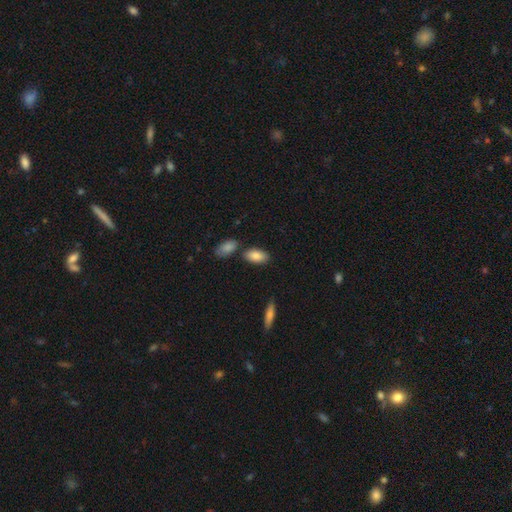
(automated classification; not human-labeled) Q: Smooth or featured?
A: smooth (86%); runner-up: featured or disk (8%)
Q: How rounded?
A: in between (92%); runner-up: cigar-shaped (5%)
Q: Merging?
A: none (76%); runner-up: minor disturbance (12%)